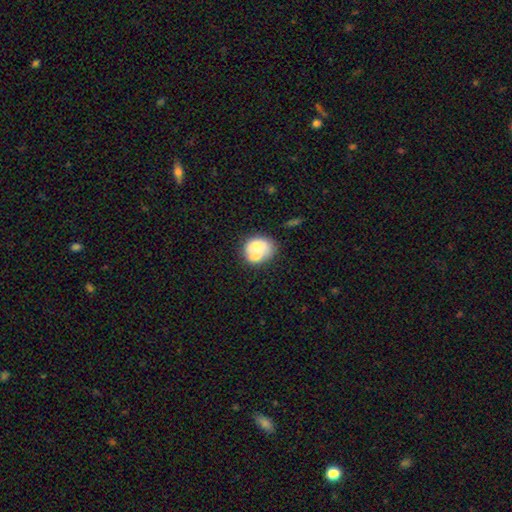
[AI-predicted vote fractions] Smooth or featured? Predicted: smooth (p=0.63). How rounded? Predicted: in between (p=0.51). Merging? Predicted: merger (p=0.43).